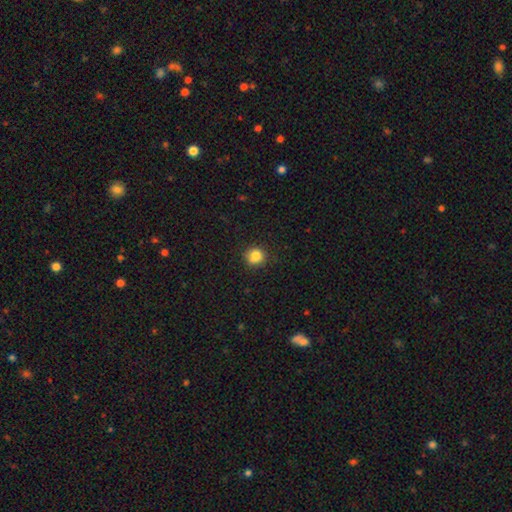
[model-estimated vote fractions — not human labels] A smooth galaxy with no disk features (83%) that is round (86%). Merging: none (79%).